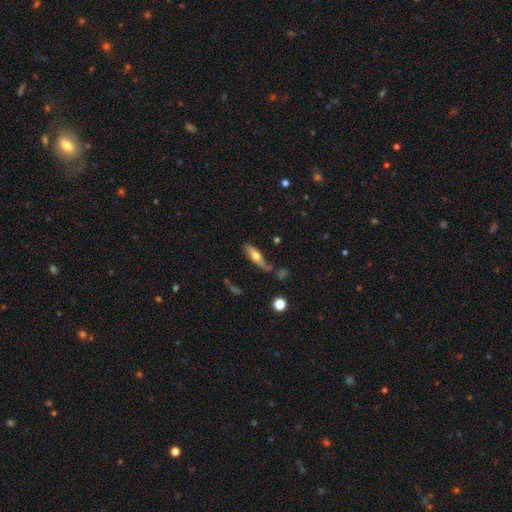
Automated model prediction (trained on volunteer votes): Smooth or featured?
  - smooth: 53% *
  - featured or disk: 40%
  - star or artifact: 7%
How rounded?
  - cigar-shaped: 59% *
  - in between: 38%
  - round: 3%
Merging?
  - none: 59% *
  - minor disturbance: 23%
  - major disturbance: 10%
  - merger: 8%